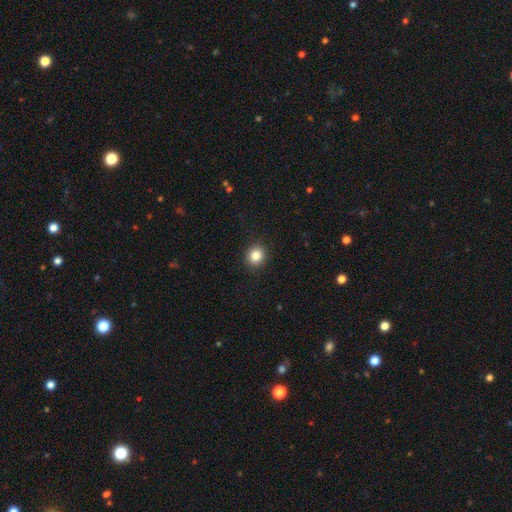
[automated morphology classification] A smooth galaxy with no disk features (85%) that is round (79%).

Vote fractions:
- Smooth or featured? smooth: 85% / star or artifact: 10% / featured or disk: 5%
- How rounded? round: 79% / in between: 20% / cigar-shaped: 1%
- Merging? none: 91% / minor disturbance: 6% / major disturbance: 2% / merger: 1%